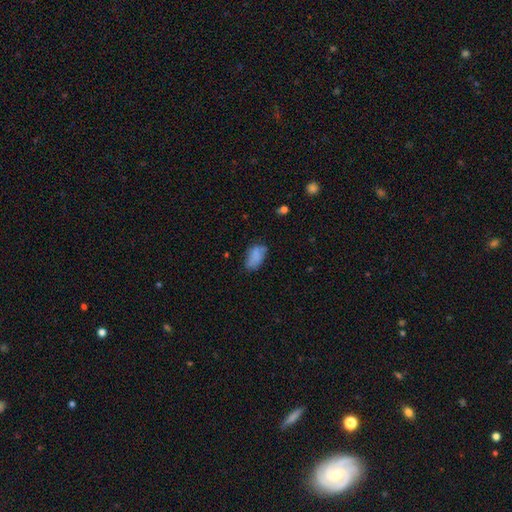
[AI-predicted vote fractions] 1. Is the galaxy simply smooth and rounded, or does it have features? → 77% smooth, 14% featured or disk, 10% star or artifact.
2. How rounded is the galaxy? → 91% in between, 5% round, 4% cigar-shaped.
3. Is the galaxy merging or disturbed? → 52% none, 30% minor disturbance, 12% major disturbance, 6% merger.